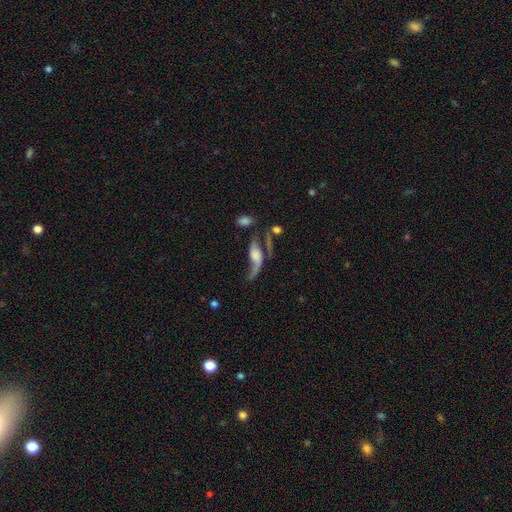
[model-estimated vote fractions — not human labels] This is likely a featured or disk galaxy (75%). It is clearly not viewed edge-on (85%). Bar: likely no (62%). Spiral arm pattern: clearly yes (89%). Spiral arm count: clearly 2 (81%). Spiral winding: clearly loose (87%). Central bulge: marginally moderate (27%). Merging: marginally none (38%).